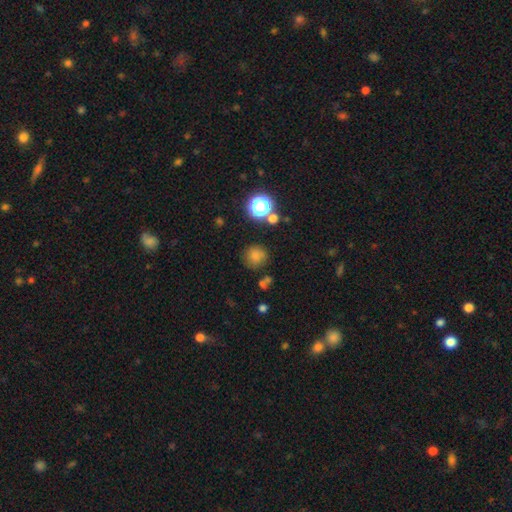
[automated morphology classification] type=smooth (76%); roundness=round (92%); merging=none (78%).